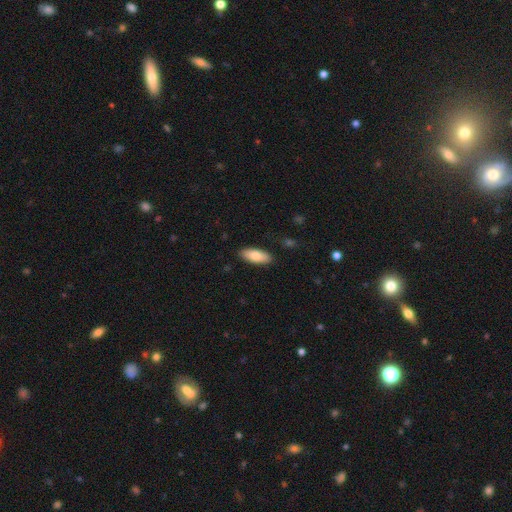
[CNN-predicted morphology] This is clearly a smooth galaxy (82%). How rounded: likely in between (79%). Merging: clearly none (88%).